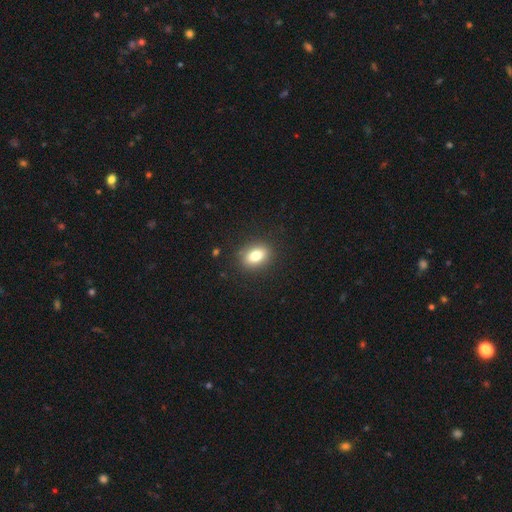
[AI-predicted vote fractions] A smooth galaxy with no disk features (82%) that is in between round and cigar-shaped (78%).

Vote fractions:
- Smooth or featured? smooth: 82% / star or artifact: 9% / featured or disk: 9%
- How rounded? in between: 78% / round: 20% / cigar-shaped: 2%
- Merging? none: 87% / minor disturbance: 9% / major disturbance: 3% / merger: 1%